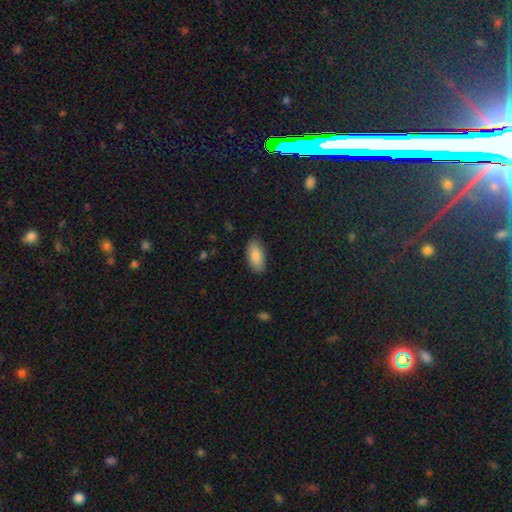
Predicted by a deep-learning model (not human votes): smooth 87%, star or artifact 6%, featured or disk 6%. Down the decision tree: how rounded — in between (93%); merging — none (84%).